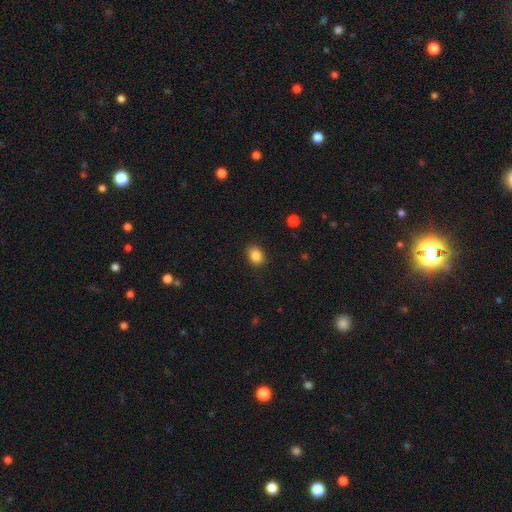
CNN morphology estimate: A smooth galaxy with no disk features (86%) that is in between round and cigar-shaped (55%). Merging: none (88%).